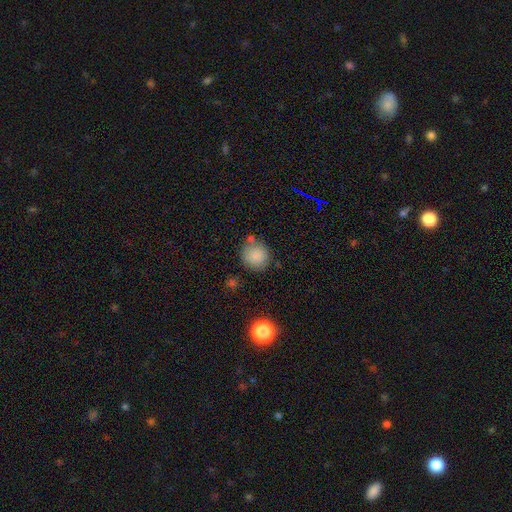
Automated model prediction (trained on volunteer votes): The model was most divided on "merging": none: 73%, minor disturbance: 14%, merger: 9%, major disturbance: 4%. More confident: how rounded — round (89%); smooth or featured — smooth (85%).